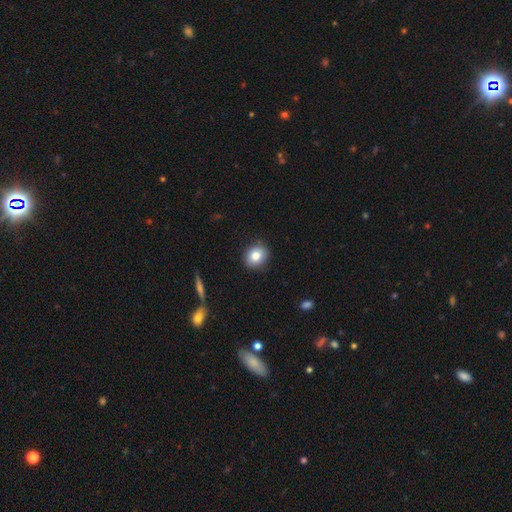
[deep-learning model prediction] smooth_or_featured: smooth (p=0.82) [alt: star or artifact p=0.09]
how_rounded: round (p=0.65) [alt: in between p=0.34]
merging: none (p=0.88) [alt: minor disturbance p=0.09]